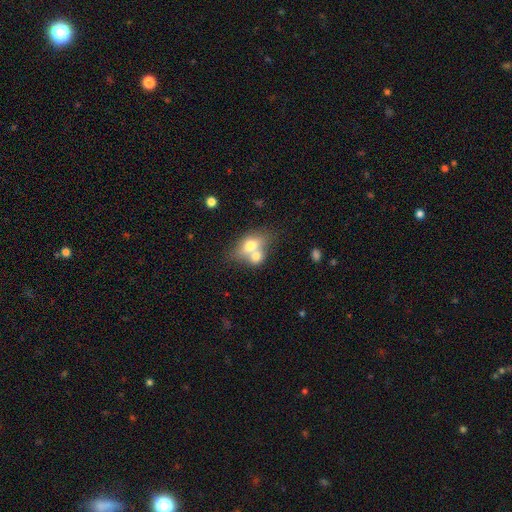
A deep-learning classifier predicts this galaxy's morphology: type=smooth (68%); roundness=in between (72%); merging=merger (63%).